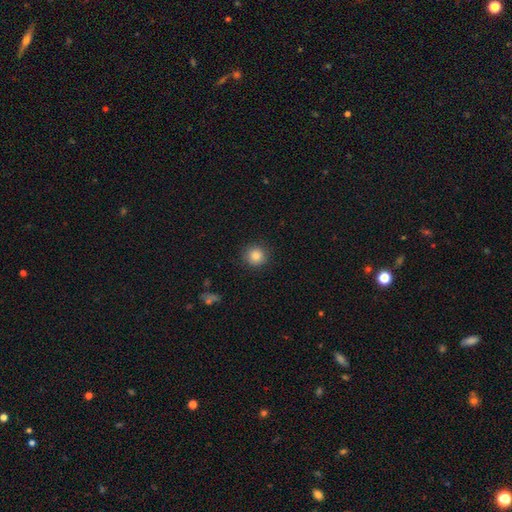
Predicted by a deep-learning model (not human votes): This is clearly a smooth galaxy (85%). How rounded: clearly round (93%). Merging: clearly none (90%).